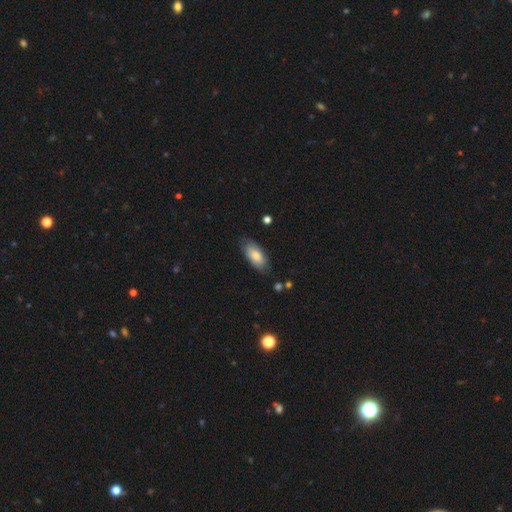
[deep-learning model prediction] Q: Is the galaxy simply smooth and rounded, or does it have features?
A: smooth — 77%.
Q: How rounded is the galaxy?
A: in between — 89%.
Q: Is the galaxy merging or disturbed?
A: none — 77%.